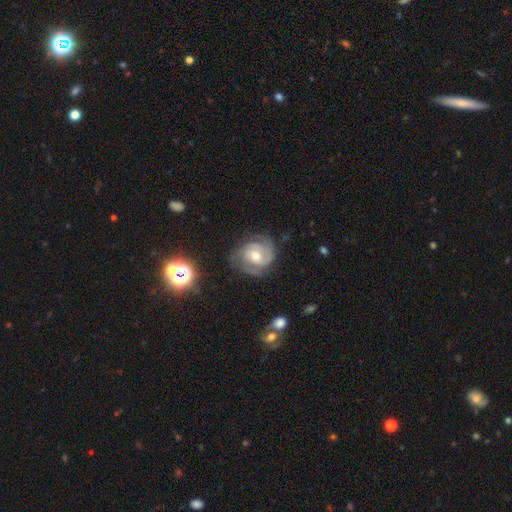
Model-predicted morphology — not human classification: featured or disk 80%, smooth 13%, star or artifact 6%. Down the decision tree: edge-on disk — no (98%); bar — no (65%); spiral arms — yes (94%); spiral arm count — 2 (39%); spiral winding — tight (57%); bulge size — moderate (68%); merging — none (68%).